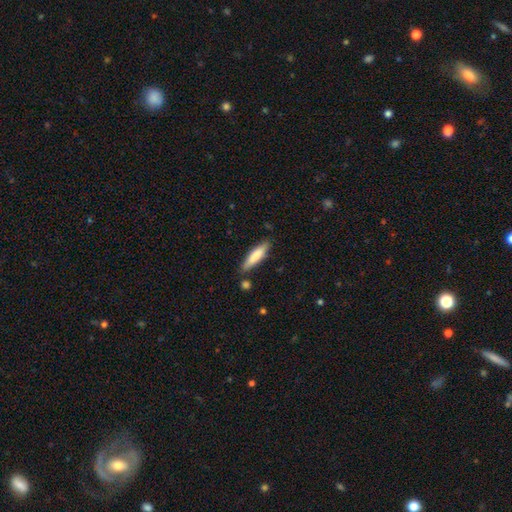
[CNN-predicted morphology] A smooth galaxy with no disk features (78%) that is cigar-shaped (75%).

Vote fractions:
- Smooth or featured? smooth: 78% / featured or disk: 17% / star or artifact: 5%
- How rounded? cigar-shaped: 75% / in between: 23% / round: 1%
- Merging? none: 82% / minor disturbance: 12% / merger: 3% / major disturbance: 2%